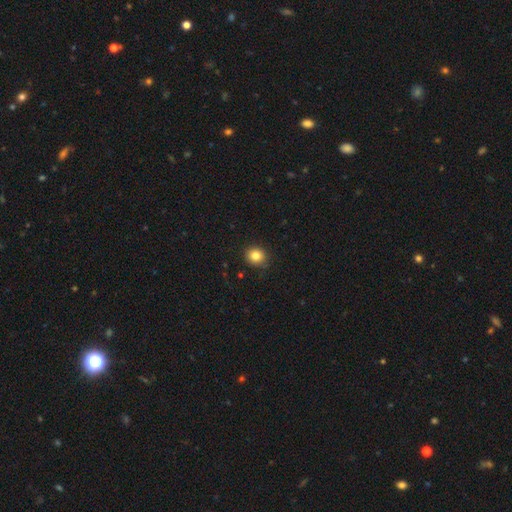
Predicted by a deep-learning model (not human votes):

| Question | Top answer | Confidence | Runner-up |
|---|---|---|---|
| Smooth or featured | smooth | 83% | star or artifact (11%) |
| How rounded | round | 83% | in between (16%) |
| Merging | none | 88% | minor disturbance (9%) |